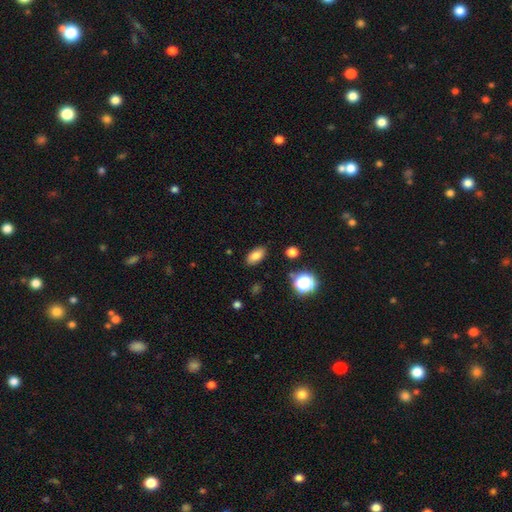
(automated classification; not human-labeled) The model was most divided on "smooth or featured": smooth: 81%, star or artifact: 11%, featured or disk: 8%. More confident: how rounded — in between (89%); merging — none (87%).